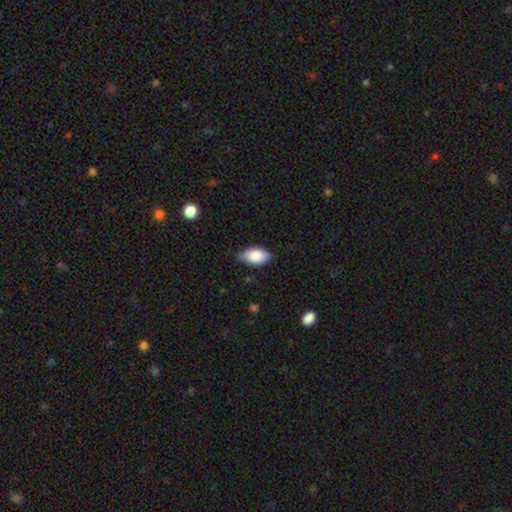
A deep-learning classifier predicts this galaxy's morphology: The model was most divided on "merging": none: 73%, minor disturbance: 22%, major disturbance: 4%, merger: 1%. More confident: how rounded — in between (92%); smooth or featured — smooth (83%).